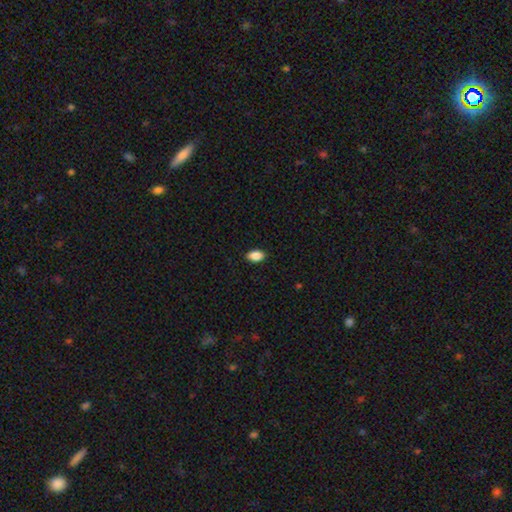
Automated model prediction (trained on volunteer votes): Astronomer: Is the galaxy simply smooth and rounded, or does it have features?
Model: smooth — 89%.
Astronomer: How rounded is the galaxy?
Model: in between — 92%.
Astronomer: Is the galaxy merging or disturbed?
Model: none — 89%.